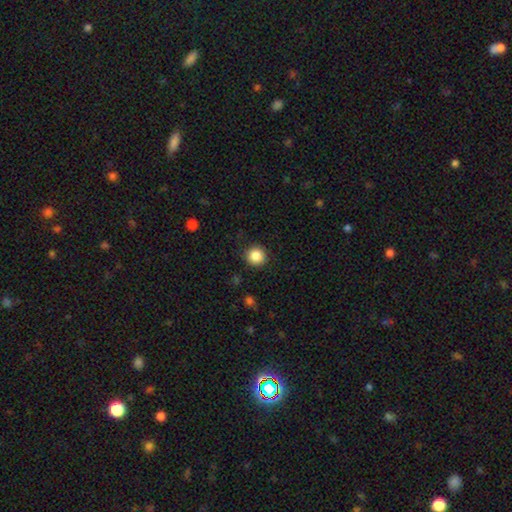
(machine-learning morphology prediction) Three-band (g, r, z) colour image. It shows a smooth galaxy with no disk features (86%) that is round (93%). Merging: none (89%).